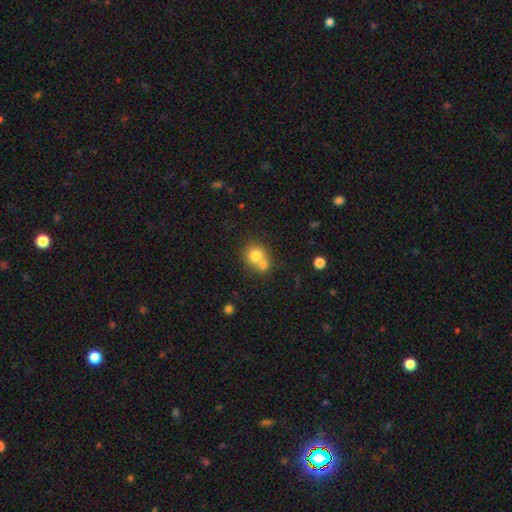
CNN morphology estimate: This appears to be a smooth galaxy with no disk features (76%) that is round (83%). Merging: merger (51%).